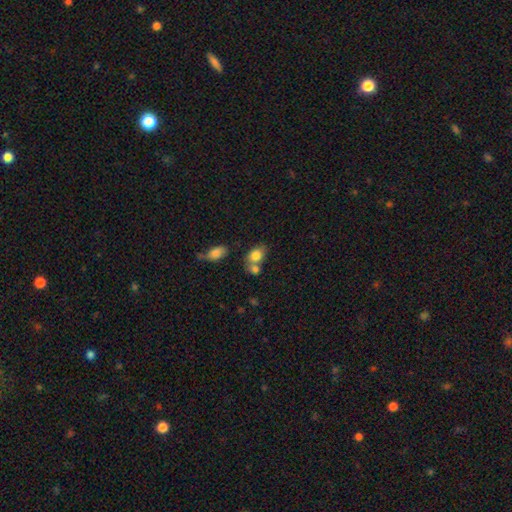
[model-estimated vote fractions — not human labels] This appears to be a smooth galaxy with no disk features (81%) that is in between round and cigar-shaped (70%). Merging: none (43%).